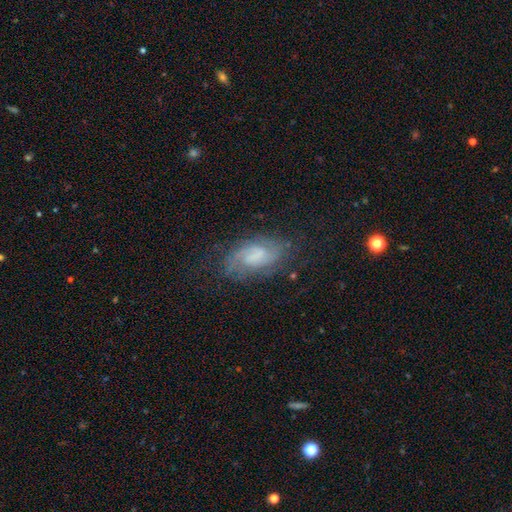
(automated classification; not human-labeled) A featured or disk galaxy (64%) with no bar (45%, tied with weak), 2 (51%) medium (42%) spiral arms (87%) and no central bulge (38%). Merging: none (65%).